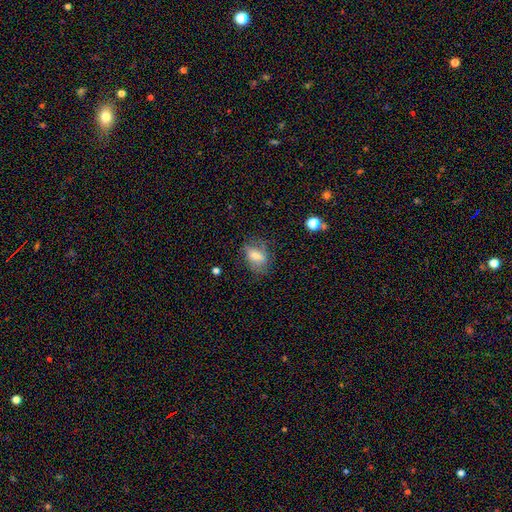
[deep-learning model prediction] smooth_or_featured: smooth (p=0.64) [alt: featured or disk p=0.25]
how_rounded: in between (p=0.78) [alt: round p=0.17]
merging: none (p=0.64) [alt: minor disturbance p=0.23]